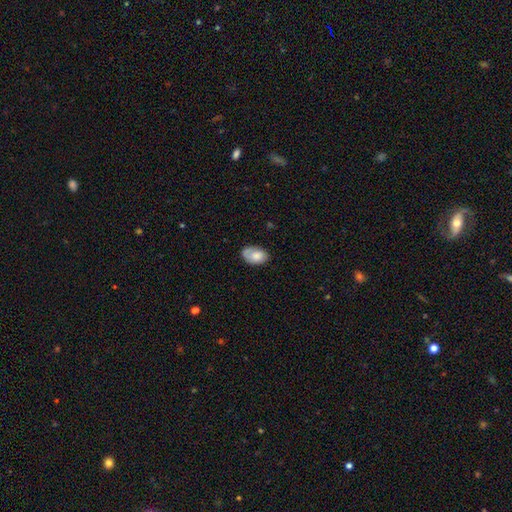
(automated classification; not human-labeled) Smooth or featured? Predicted: smooth (p=0.74). How rounded? Predicted: in between (p=0.88). Merging? Predicted: none (p=0.60).